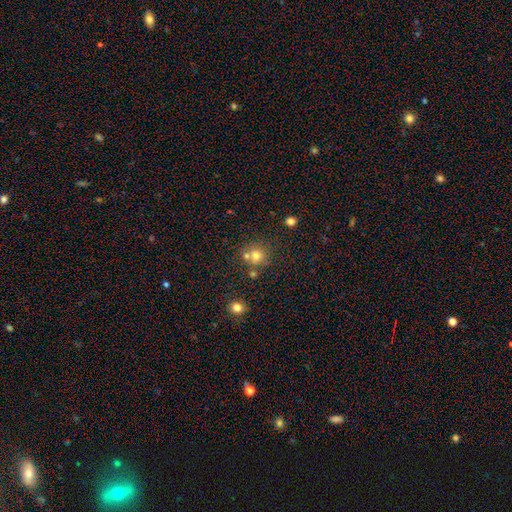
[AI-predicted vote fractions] This is likely a smooth galaxy (72%). How rounded: clearly round (89%). Merging: likely none (61%).